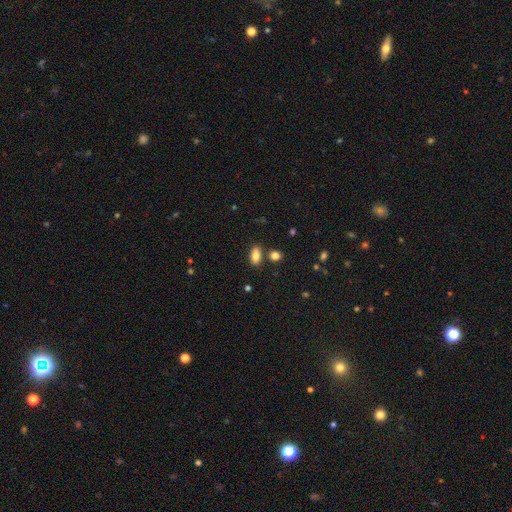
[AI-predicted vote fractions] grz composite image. It shows a smooth galaxy with no disk features (84%) that is in between round and cigar-shaped (88%). Merging: none (78%).